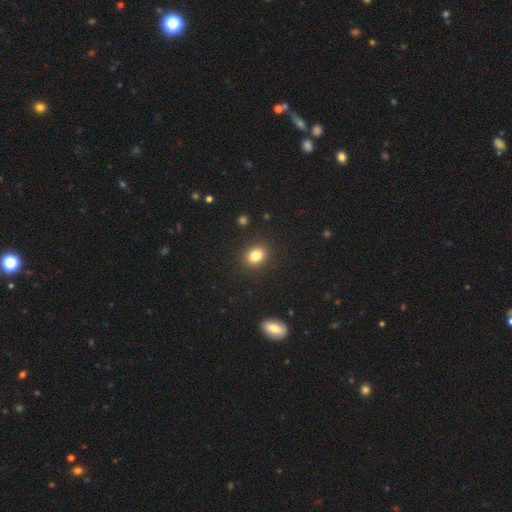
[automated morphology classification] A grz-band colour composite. It shows a smooth galaxy with no disk features (83%) that is round (53%). Merging: none (89%).